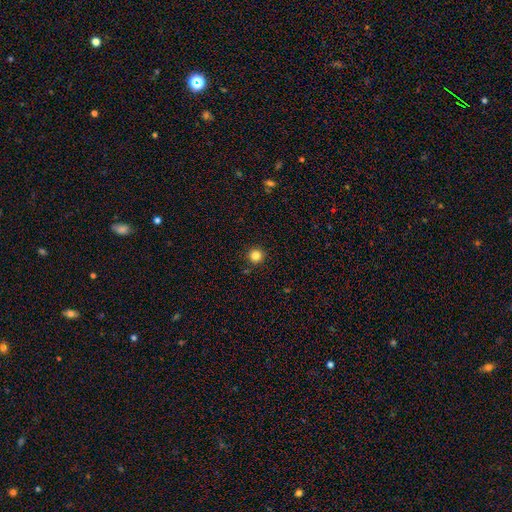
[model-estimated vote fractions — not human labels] Overall: smooth (84%). How rounded: round (96%). Merging: none (92%).